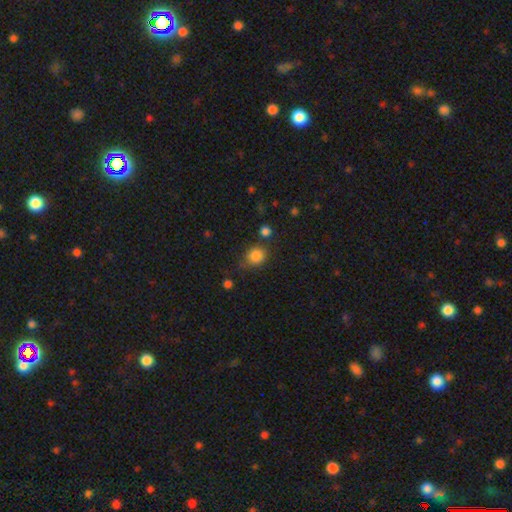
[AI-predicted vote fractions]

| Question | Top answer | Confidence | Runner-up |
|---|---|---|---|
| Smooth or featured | smooth | 85% | star or artifact (10%) |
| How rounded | round | 76% | in between (23%) |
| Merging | none | 68% | minor disturbance (19%) |